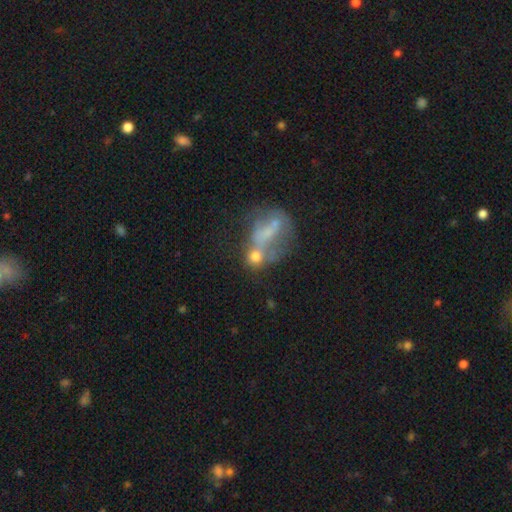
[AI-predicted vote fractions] smooth-or-featured: featured or disk: 47% | smooth: 31% | star or artifact: 21%
  merging: none: 37% | merger: 33% | major disturbance: 15% | minor disturbance: 15%